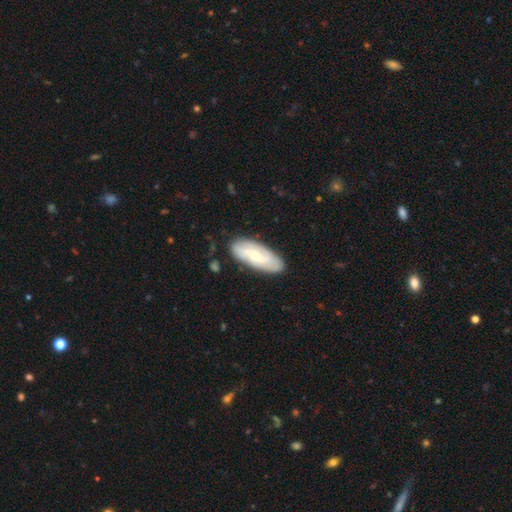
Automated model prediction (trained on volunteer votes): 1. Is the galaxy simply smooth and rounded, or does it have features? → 56% featured or disk, 38% smooth, 6% star or artifact.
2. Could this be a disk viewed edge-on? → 89% no, 11% yes.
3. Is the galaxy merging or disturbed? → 82% none, 14% minor disturbance, 3% major disturbance, 2% merger.